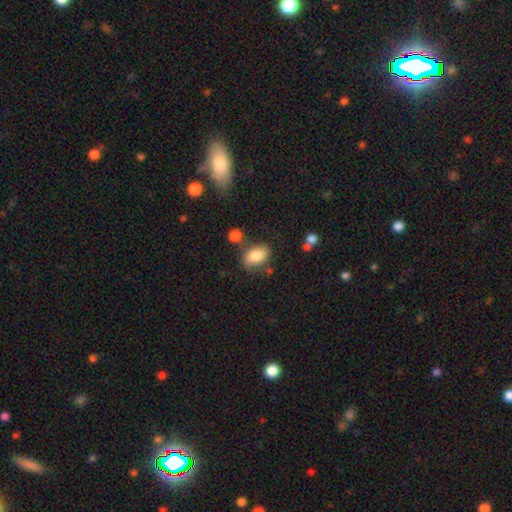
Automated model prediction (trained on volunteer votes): The model was most divided on "merging": none: 69%, minor disturbance: 17%, merger: 9%, major disturbance: 5%. More confident: how rounded — in between (88%); smooth or featured — smooth (84%).